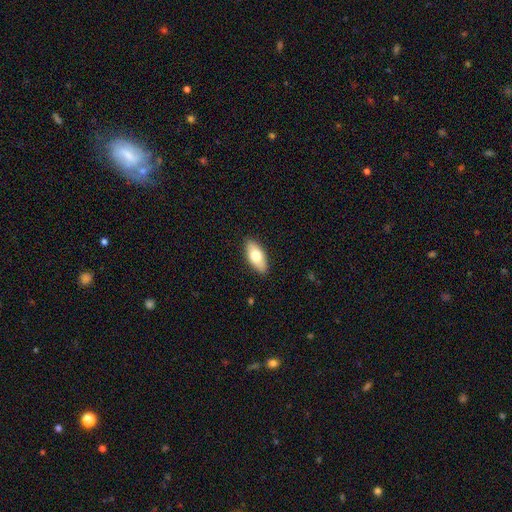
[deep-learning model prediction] Smooth or featured?
  - smooth: 70% *
  - featured or disk: 24%
  - star or artifact: 6%
How rounded?
  - in between: 87% *
  - cigar-shaped: 10%
  - round: 3%
Merging?
  - none: 89% *
  - minor disturbance: 9%
  - major disturbance: 2%
  - merger: 1%